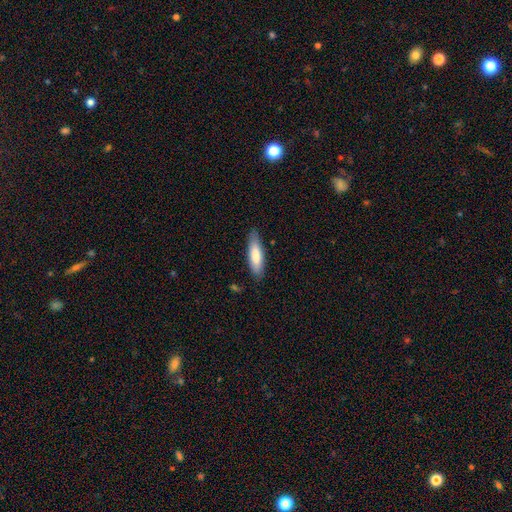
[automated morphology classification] type=smooth (77%); roundness=cigar-shaped (58%); merging=none (83%).